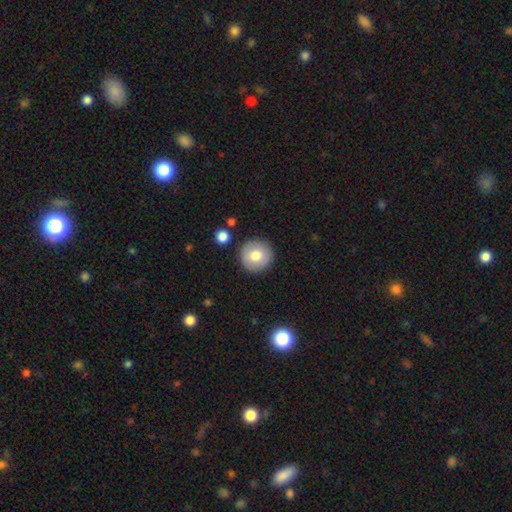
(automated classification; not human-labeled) Smooth or featured: smooth — 75% (featured or disk — 18%)
How rounded: round — 95% (in between — 4%)
Merging: none — 89% (minor disturbance — 7%)